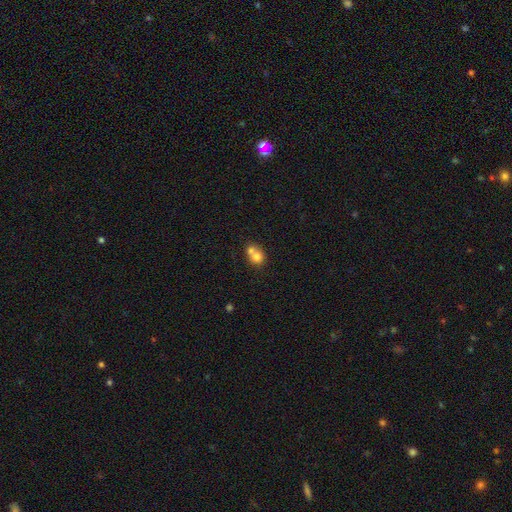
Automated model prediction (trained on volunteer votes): The model was most divided on "merging": merger: 63%, none: 28%, minor disturbance: 6%, major disturbance: 3%. More confident: smooth or featured — smooth (74%); how rounded — round (72%).